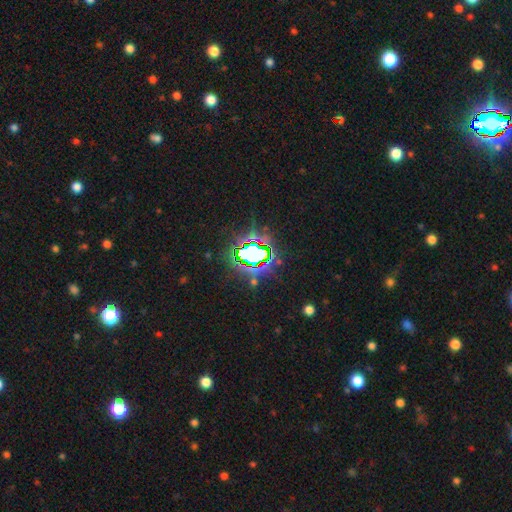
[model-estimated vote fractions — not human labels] This appears to be a star or artifact, not a galaxy (72%).